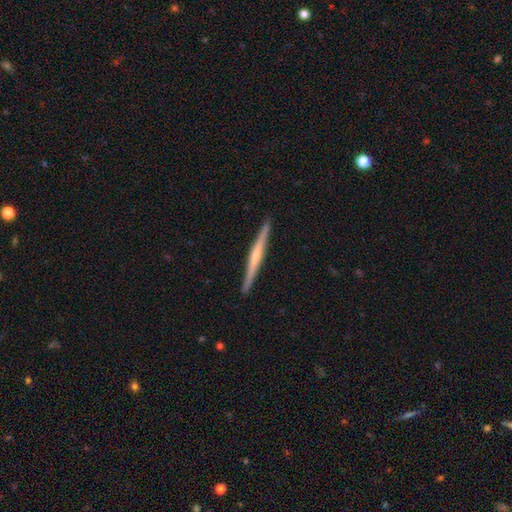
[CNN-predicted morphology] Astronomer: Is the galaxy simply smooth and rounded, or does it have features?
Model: featured or disk — 64%.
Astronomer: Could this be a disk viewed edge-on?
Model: yes — 98%.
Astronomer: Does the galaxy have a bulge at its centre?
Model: rounded — 48% (runner-up: none, 40%).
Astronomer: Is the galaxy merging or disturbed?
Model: none — 92%.